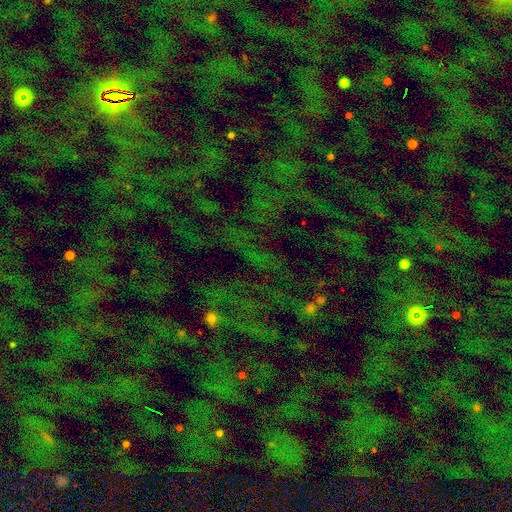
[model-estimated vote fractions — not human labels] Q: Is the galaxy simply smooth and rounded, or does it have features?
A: star or artifact — 70%.